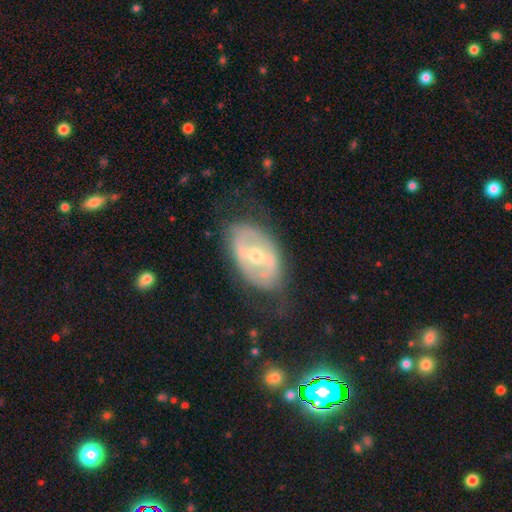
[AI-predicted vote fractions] Morphology: type=featured or disk (69%); edge-on=no (93%); bar=weak (37%); spiral arms=no (62%); bulge=moderate (63%); merging=none (69%).